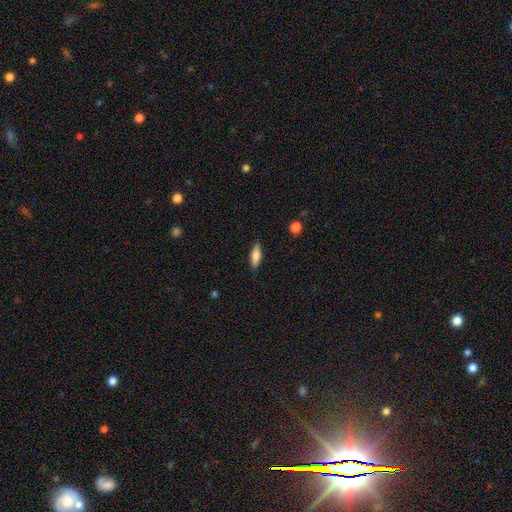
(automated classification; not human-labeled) Morphology: type=smooth (77%); roundness=in between (57%); merging=none (86%).